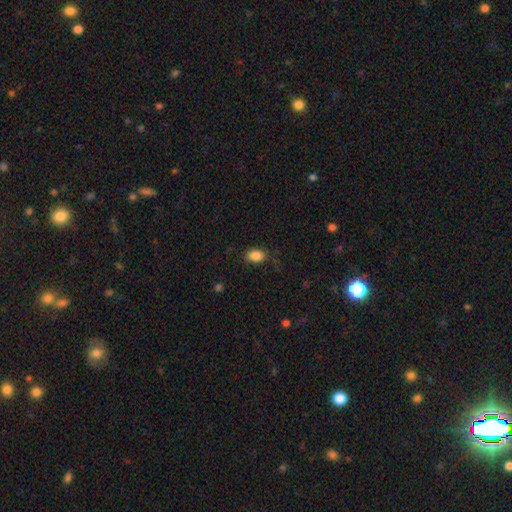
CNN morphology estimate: Q: Smooth or featured?
A: smooth (87%); runner-up: star or artifact (9%)
Q: How rounded?
A: in between (83%); runner-up: round (15%)
Q: Merging?
A: none (81%); runner-up: minor disturbance (14%)